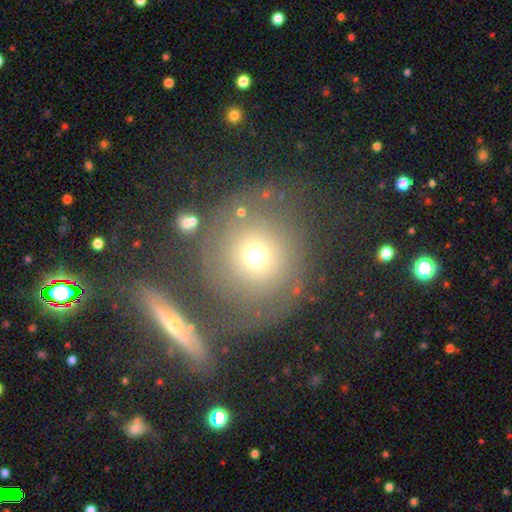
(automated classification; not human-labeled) A smooth galaxy with no disk features (57%) that is round (89%). Merging: none (51%).